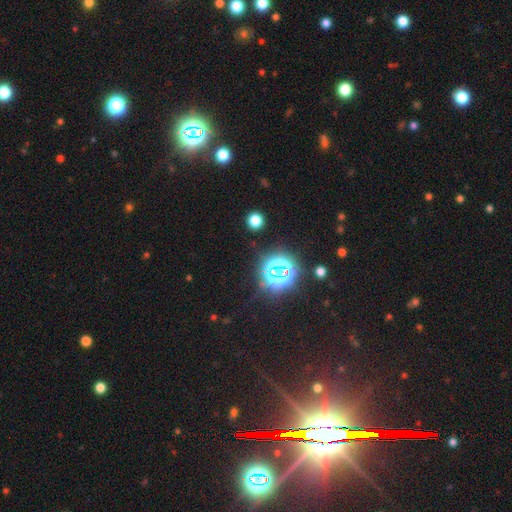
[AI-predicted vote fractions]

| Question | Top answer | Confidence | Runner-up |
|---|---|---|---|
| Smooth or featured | star or artifact | 73% | smooth (17%) |